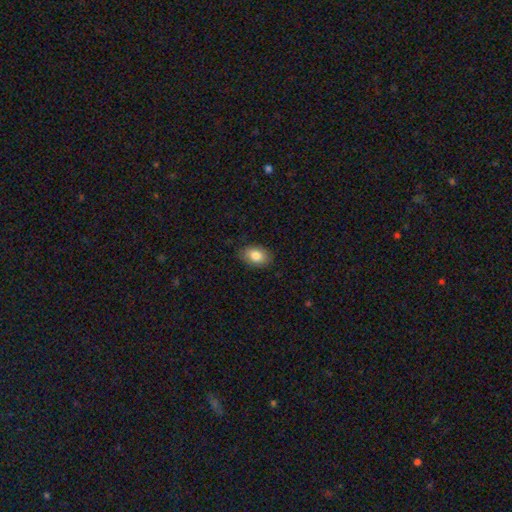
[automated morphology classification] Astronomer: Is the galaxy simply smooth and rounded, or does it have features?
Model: smooth — 83%.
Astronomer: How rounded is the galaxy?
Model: in between — 83%.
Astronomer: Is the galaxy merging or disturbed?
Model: none — 84%.